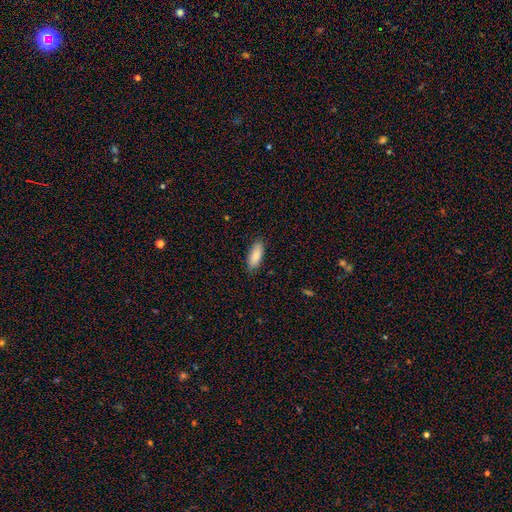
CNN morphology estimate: Smooth or featured: smooth — 87% (featured or disk — 7%)
How rounded: in between — 78% (cigar-shaped — 20%)
Merging: none — 87% (minor disturbance — 10%)